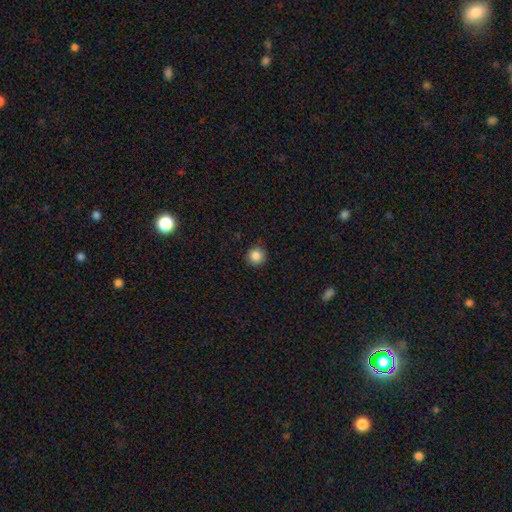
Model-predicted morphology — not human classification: Smooth or featured: smooth — 86% (star or artifact — 10%)
How rounded: round — 94% (in between — 5%)
Merging: none — 89% (minor disturbance — 8%)